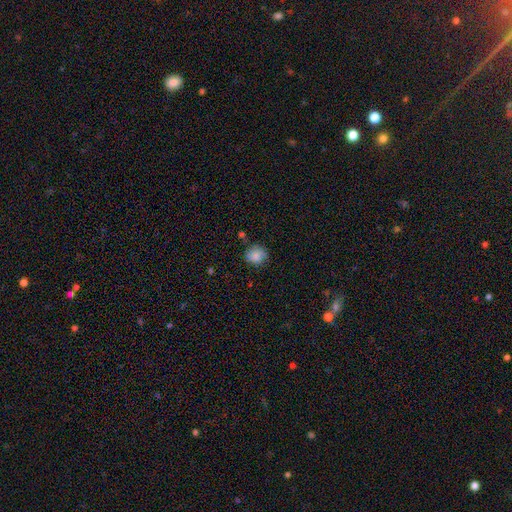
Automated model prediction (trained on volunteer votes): smooth 82%, featured or disk 10%, star or artifact 9%. Down the decision tree: how rounded — round (81%); merging — none (74%).